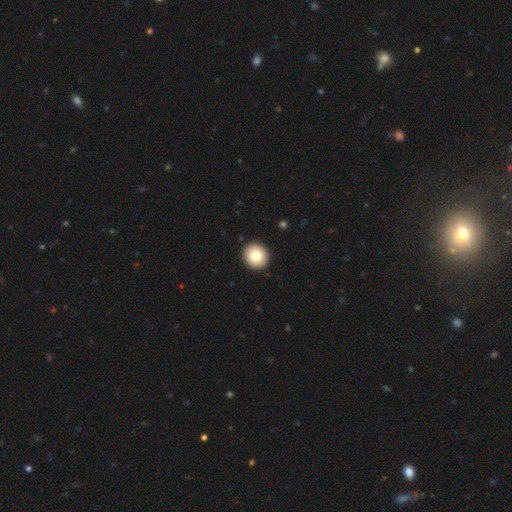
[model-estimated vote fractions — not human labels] This is likely a smooth galaxy (78%). How rounded: clearly round (93%). Merging: clearly none (94%).